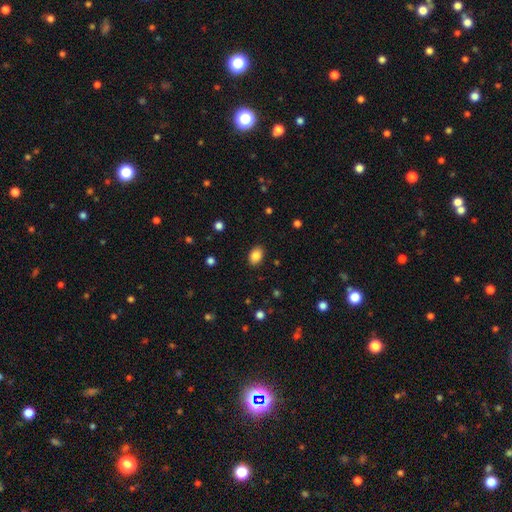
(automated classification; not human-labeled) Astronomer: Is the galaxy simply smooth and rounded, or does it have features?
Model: smooth — 86%.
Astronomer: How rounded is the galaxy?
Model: in between — 81%.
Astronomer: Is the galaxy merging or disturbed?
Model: none — 88%.